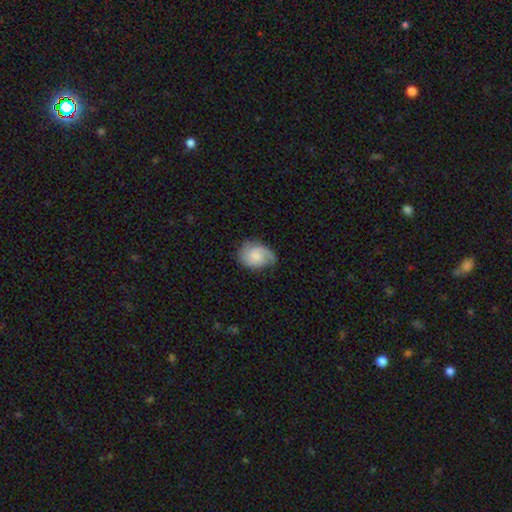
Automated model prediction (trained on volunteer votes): smooth_or_featured: featured or disk (p=0.49) [alt: smooth p=0.44]
merging: none (p=0.62) [alt: minor disturbance p=0.26]